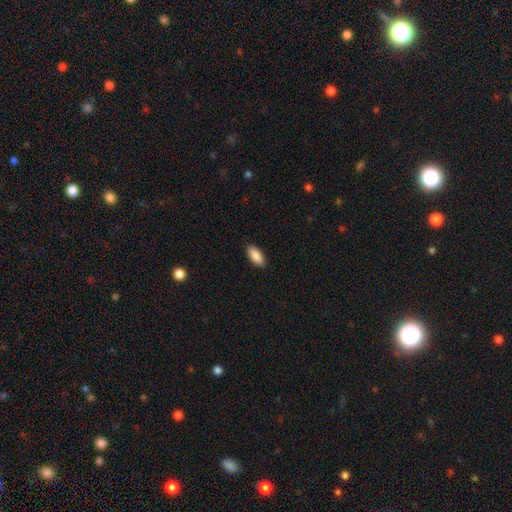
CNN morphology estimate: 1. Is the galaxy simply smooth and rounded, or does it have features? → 90% smooth, 6% star or artifact, 4% featured or disk.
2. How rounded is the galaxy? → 91% in between, 8% cigar-shaped, 2% round.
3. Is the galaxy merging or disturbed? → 90% none, 8% minor disturbance, 2% major disturbance, 1% merger.